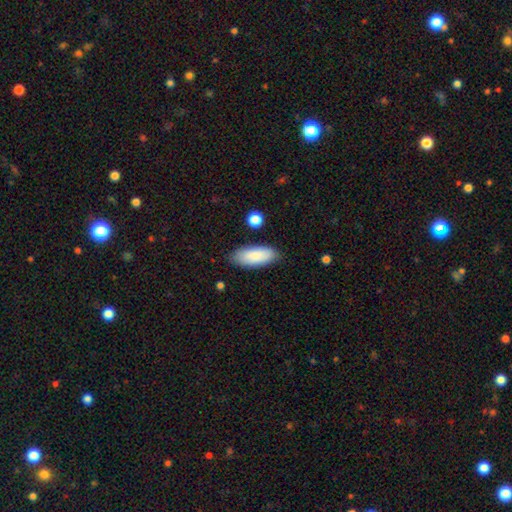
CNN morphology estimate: Smooth or featured? smooth (85%)
How rounded? in between (84%)
Merging? none (83%)